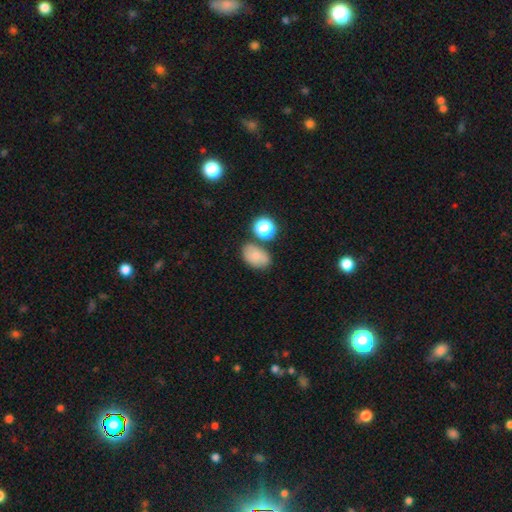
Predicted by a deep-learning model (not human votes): Smooth or featured? Predicted: smooth (p=0.76). How rounded? Predicted: in between (p=0.82). Merging? Predicted: none (p=0.66).